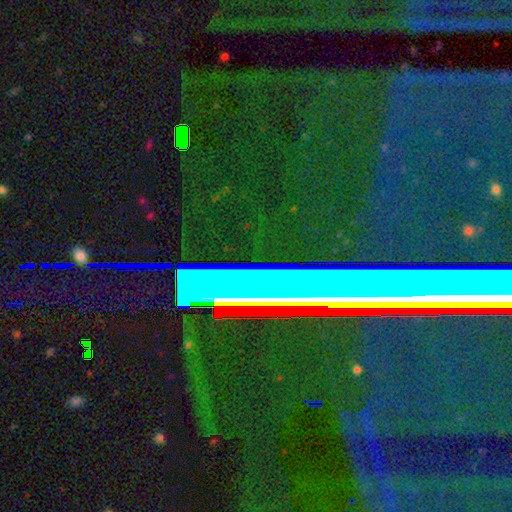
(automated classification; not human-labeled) Smooth or featured?
  - star or artifact: 74% *
  - featured or disk: 15%
  - smooth: 11%